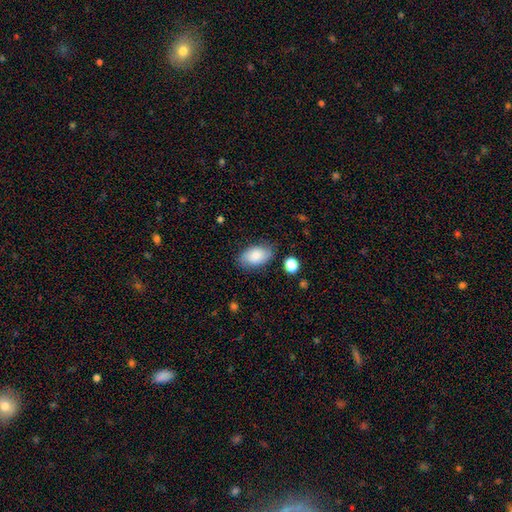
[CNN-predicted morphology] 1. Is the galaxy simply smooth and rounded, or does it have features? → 80% smooth, 12% featured or disk, 7% star or artifact.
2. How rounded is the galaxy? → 92% in between, 7% round, 1% cigar-shaped.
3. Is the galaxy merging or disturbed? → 78% none, 16% minor disturbance, 4% major disturbance, 2% merger.